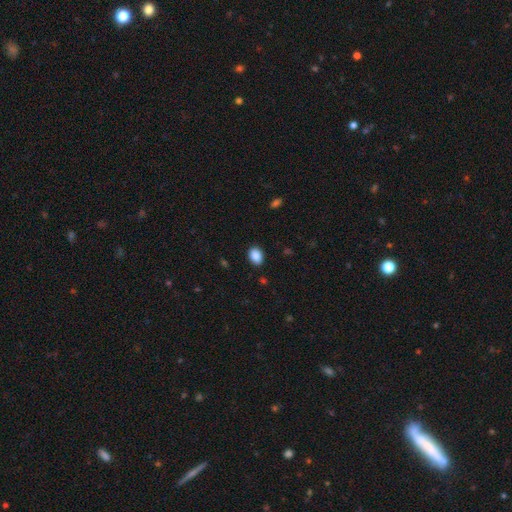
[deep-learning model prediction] Smooth or featured? smooth (88%)
How rounded? in between (75%)
Merging? none (89%)